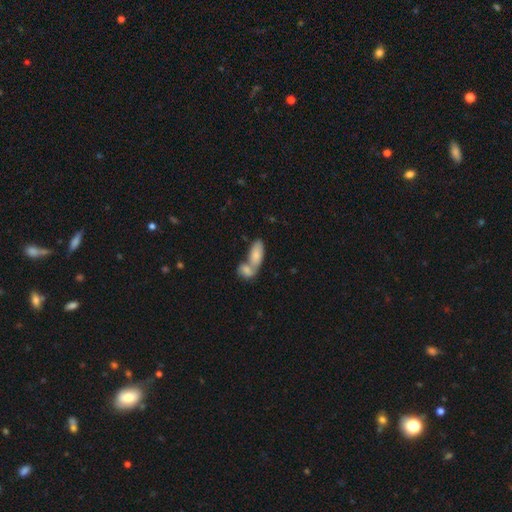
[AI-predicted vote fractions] This appears to be a smooth galaxy with no disk features (79%) that is in between round and cigar-shaped (87%). Merging: merger (67%).